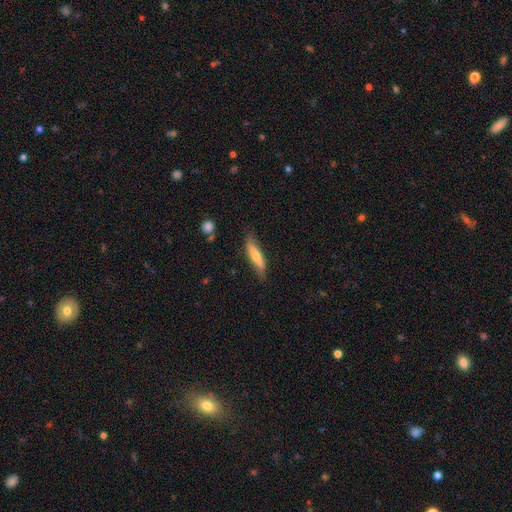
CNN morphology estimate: This is possibly a smooth galaxy (53%). How rounded: likely cigar-shaped (76%). Merging: likely none (73%).